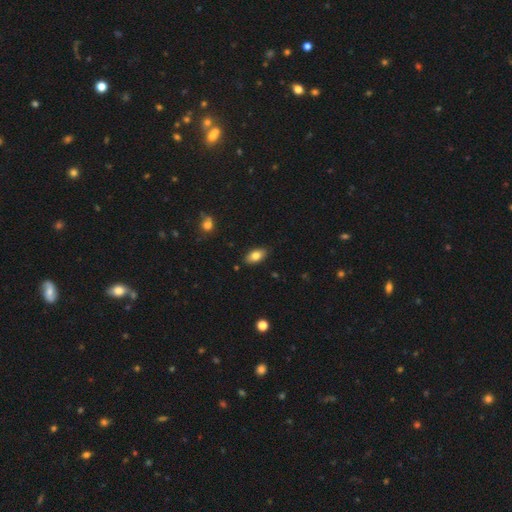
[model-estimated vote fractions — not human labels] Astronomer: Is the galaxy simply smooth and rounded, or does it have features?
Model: smooth — 80%.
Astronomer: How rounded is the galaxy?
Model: in between — 91%.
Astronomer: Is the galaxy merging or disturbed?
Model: none — 87%.